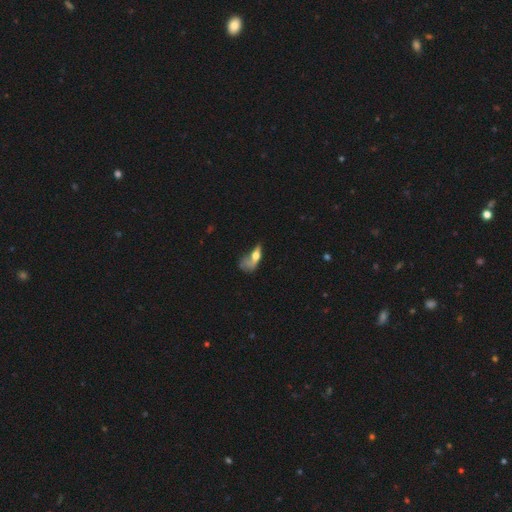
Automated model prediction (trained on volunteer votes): smooth 53%, featured or disk 36%, star or artifact 11%. Down the decision tree: how rounded — in between (64%); merging — major disturbance (49%).